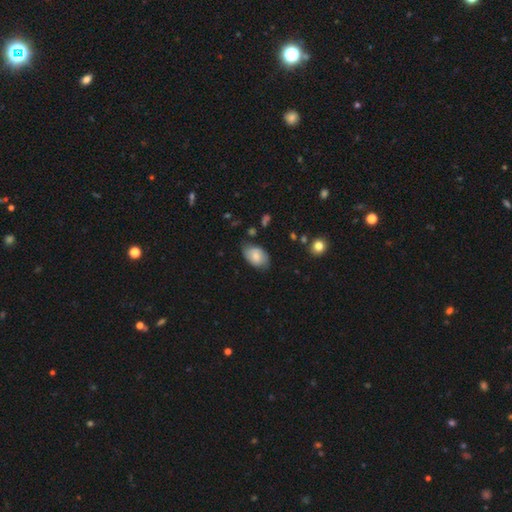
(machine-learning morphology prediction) Q: Smooth or featured?
A: smooth (74%); runner-up: featured or disk (19%)
Q: How rounded?
A: in between (90%); runner-up: round (9%)
Q: Merging?
A: none (69%); runner-up: minor disturbance (24%)